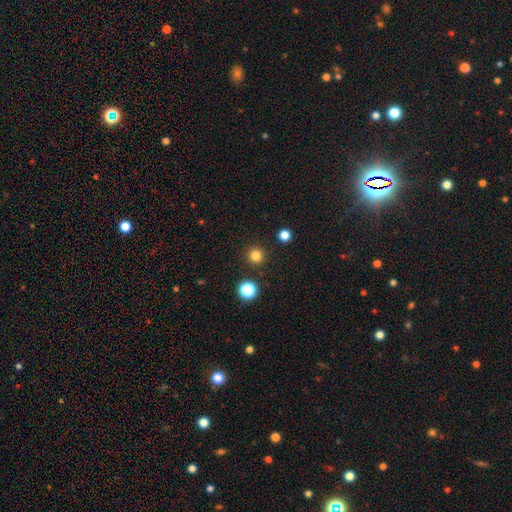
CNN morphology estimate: A smooth galaxy with no disk features (81%) that is round (96%).

Vote fractions:
- Smooth or featured? smooth: 81% / star or artifact: 15% / featured or disk: 4%
- How rounded? round: 96% / in between: 3% / cigar-shaped: 1%
- Merging? none: 92% / minor disturbance: 4% / merger: 2% / major disturbance: 2%